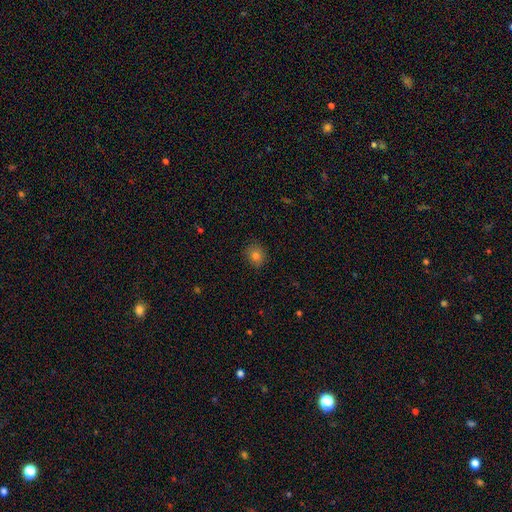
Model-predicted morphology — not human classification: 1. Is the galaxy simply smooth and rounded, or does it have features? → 80% smooth, 13% star or artifact, 7% featured or disk.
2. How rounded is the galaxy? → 76% round, 23% in between, 1% cigar-shaped.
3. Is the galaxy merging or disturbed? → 87% none, 9% minor disturbance, 2% major disturbance, 1% merger.